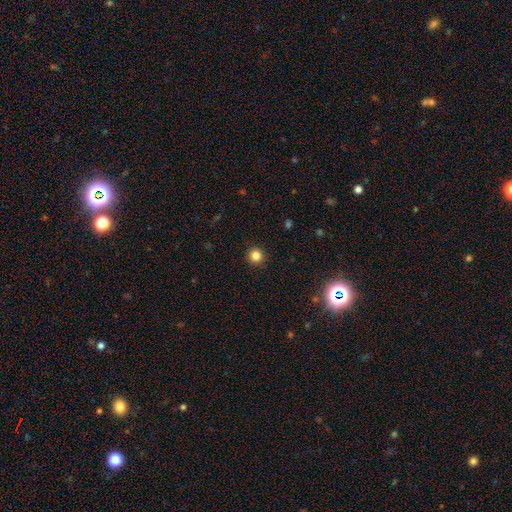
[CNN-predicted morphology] smooth_or_featured: smooth (p=0.83) [alt: star or artifact p=0.12]
how_rounded: round (p=0.95) [alt: in between p=0.04]
merging: none (p=0.93) [alt: minor disturbance p=0.05]